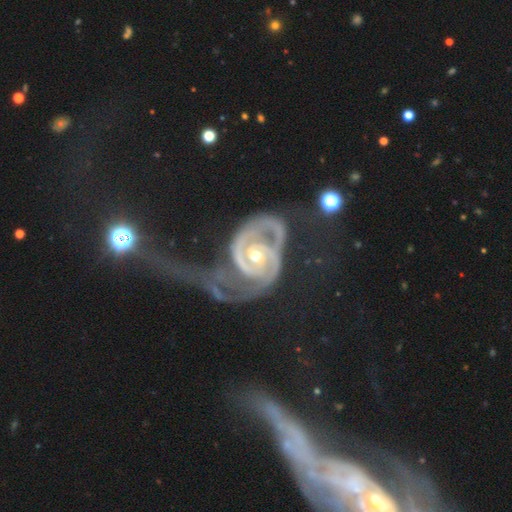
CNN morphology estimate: Smooth or featured: featured or disk — 91% (star or artifact — 5%)
Edge-on disk: no — 97% (yes — 3%)
Bar: no — 60% (weak — 27%)
Spiral arms: yes — 96% (no — 4%)
Spiral winding: tight — 47% (medium — 37%)
Spiral arm count: 2 — 73% (can't tell — 8%)
Bulge size: moderate — 52% (small — 44%)
Merging: major disturbance — 54% (none — 21%)